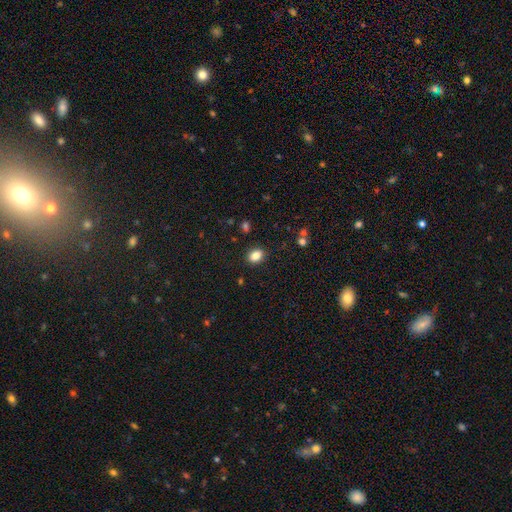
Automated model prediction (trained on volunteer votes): Smooth or featured? Predicted: smooth (p=0.85). How rounded? Predicted: in between (p=0.68). Merging? Predicted: none (p=0.87).